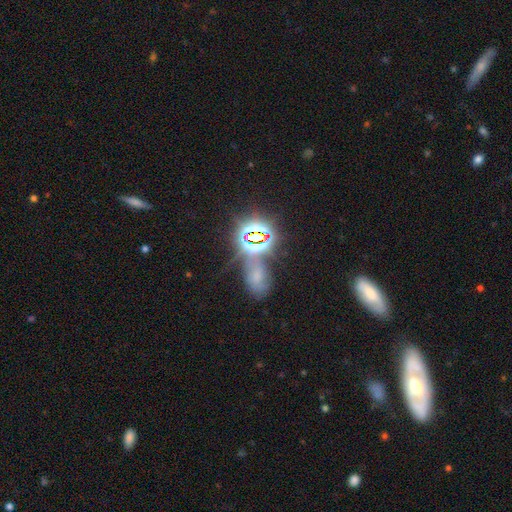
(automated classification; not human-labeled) A star or artifact, not a galaxy (52%).

Vote fractions:
- Smooth or featured? star or artifact: 52% / smooth: 33% / featured or disk: 15%